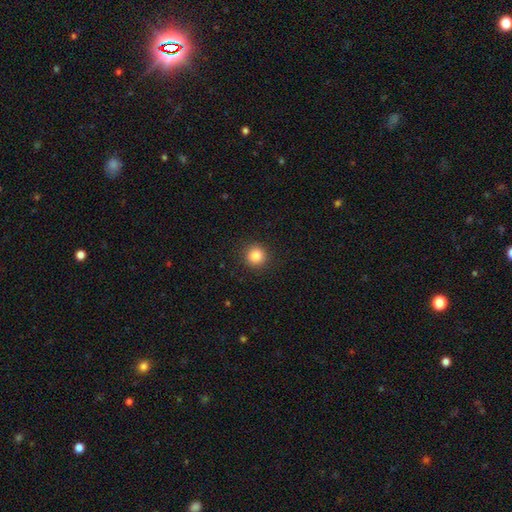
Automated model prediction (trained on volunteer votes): A smooth galaxy with no disk features (85%) that is round (94%). Merging: none (91%).